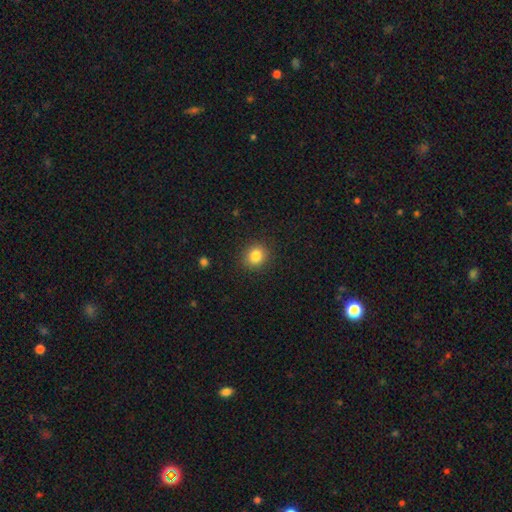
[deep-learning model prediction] smooth 84%, star or artifact 11%, featured or disk 6%. Down the decision tree: how rounded — round (80%); merging — none (90%).